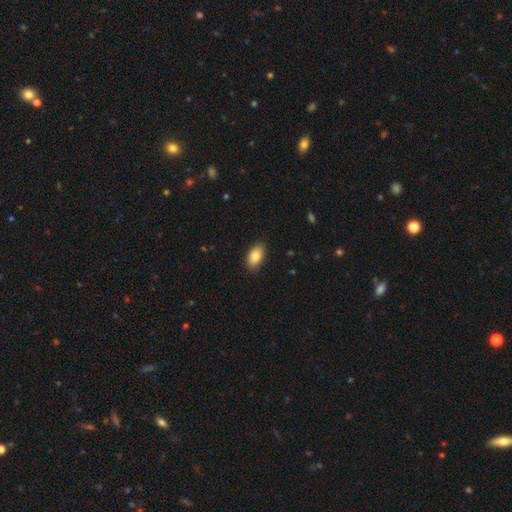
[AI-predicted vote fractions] A smooth galaxy with no disk features (85%) that is in between round and cigar-shaped (93%). Merging: none (88%).